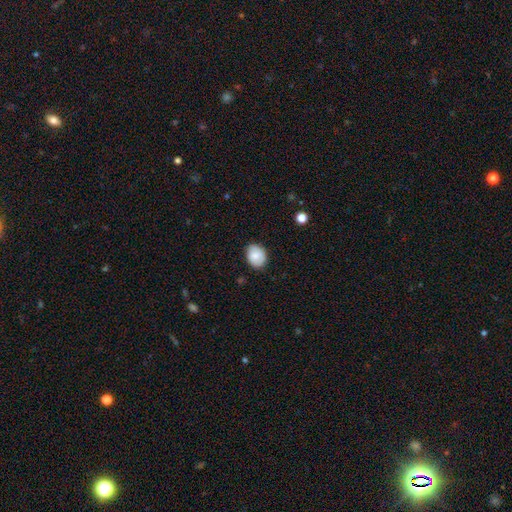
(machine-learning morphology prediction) Smooth or featured: smooth — 80% (featured or disk — 12%)
How rounded: in between — 55% (round — 44%)
Merging: none — 81% (minor disturbance — 15%)